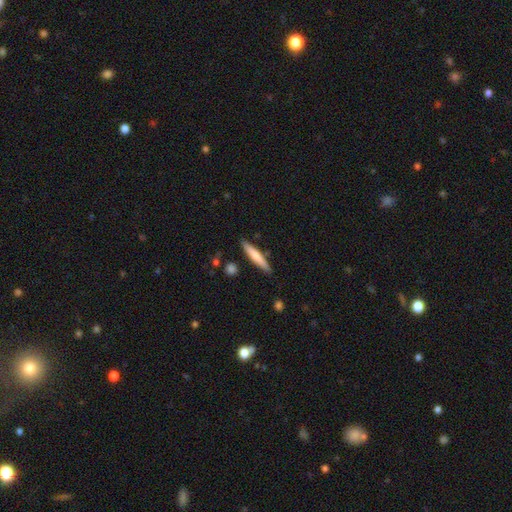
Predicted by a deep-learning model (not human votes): Overall: smooth (63%; featured or disk 31%). How rounded: cigar-shaped (92%). Merging: none (86%).